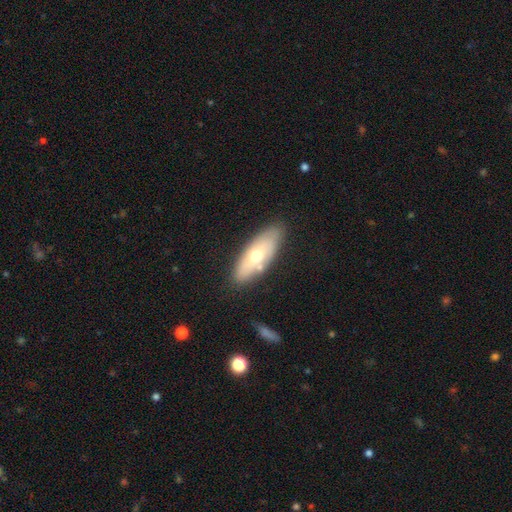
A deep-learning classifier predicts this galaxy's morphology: Smooth or featured? smooth (55%)
How rounded? in between (70%)
Merging? none (76%)